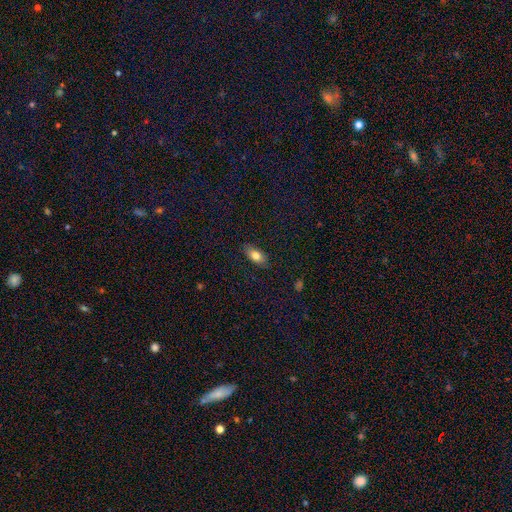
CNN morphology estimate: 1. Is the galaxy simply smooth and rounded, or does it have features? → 78% smooth, 15% featured or disk, 8% star or artifact.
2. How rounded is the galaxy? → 87% in between, 9% cigar-shaped, 4% round.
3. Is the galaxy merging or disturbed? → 87% none, 10% minor disturbance, 2% major disturbance, 1% merger.